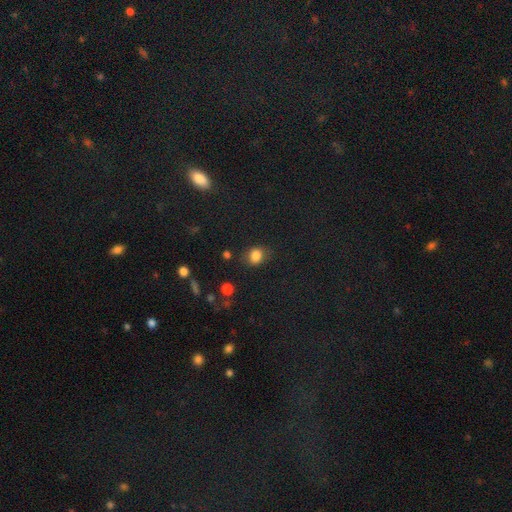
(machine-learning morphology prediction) smooth 82%, star or artifact 12%, featured or disk 6%. Down the decision tree: how rounded — round (54%); merging — none (74%).